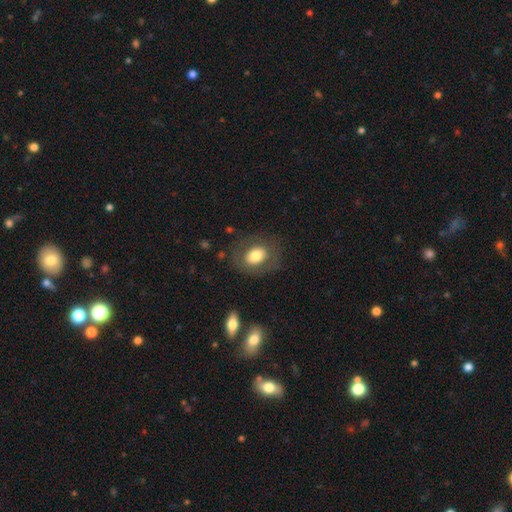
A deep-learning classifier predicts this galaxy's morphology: smooth_or_featured: smooth (p=0.71) [alt: featured or disk p=0.21]
how_rounded: in between (p=0.63) [alt: round p=0.36]
merging: none (p=0.77) [alt: minor disturbance p=0.13]